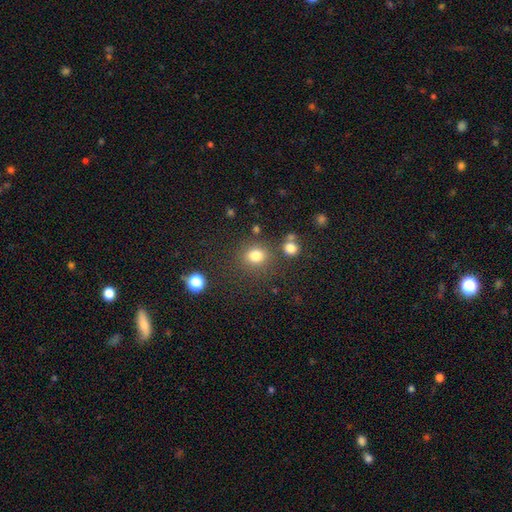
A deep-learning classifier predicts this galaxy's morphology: type=smooth (79%); roundness=round (73%); merging=none (76%).